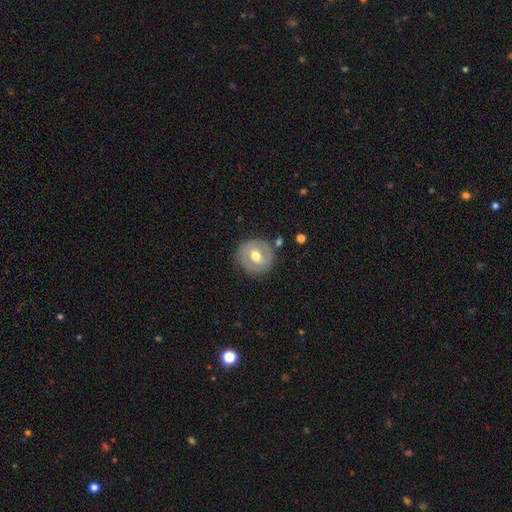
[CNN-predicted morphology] Smooth or featured? featured or disk (56%)
Edge-on disk? no (96%)
Bar? weak (48%)
Spiral arms? yes (51%)
Bulge size? moderate (80%)
Merging? none (81%)